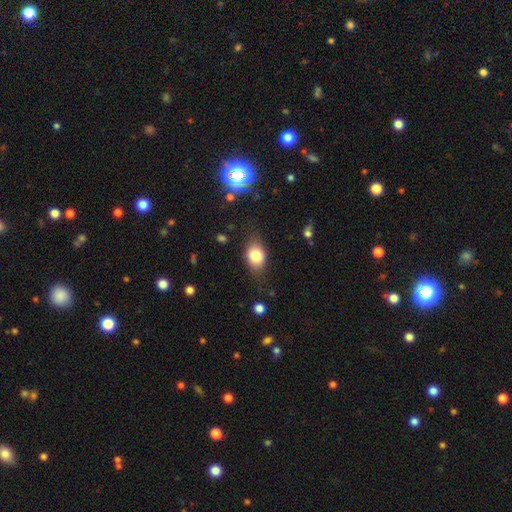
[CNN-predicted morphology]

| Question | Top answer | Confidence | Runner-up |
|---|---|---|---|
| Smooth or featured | smooth | 78% | featured or disk (13%) |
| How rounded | in between | 74% | round (24%) |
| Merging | none | 72% | minor disturbance (20%) |